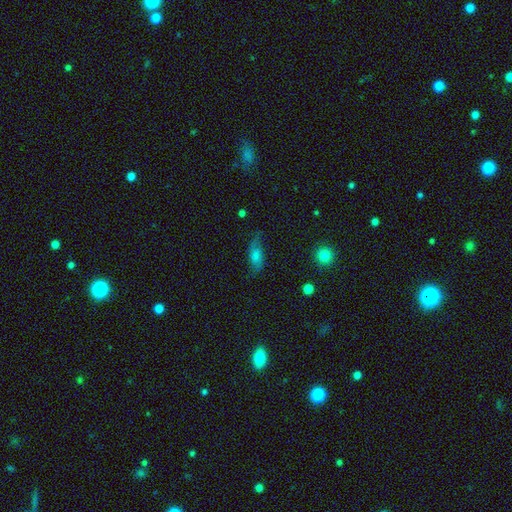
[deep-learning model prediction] Overall: smooth (44%; featured or disk 42%). Merging: none (67%).